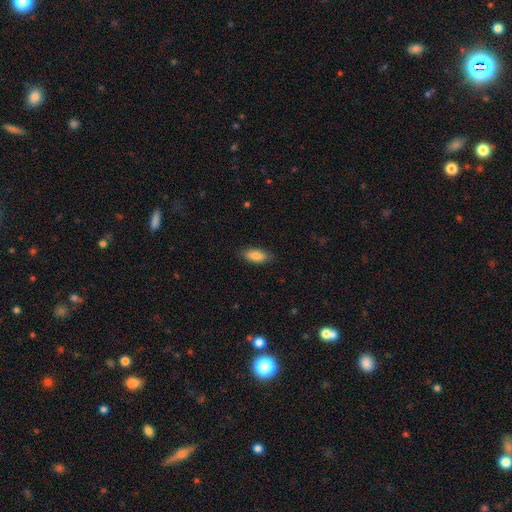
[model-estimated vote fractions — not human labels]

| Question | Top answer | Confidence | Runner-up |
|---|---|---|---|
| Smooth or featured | smooth | 85% | featured or disk (8%) |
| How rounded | in between | 81% | cigar-shaped (17%) |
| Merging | none | 84% | minor disturbance (13%) |